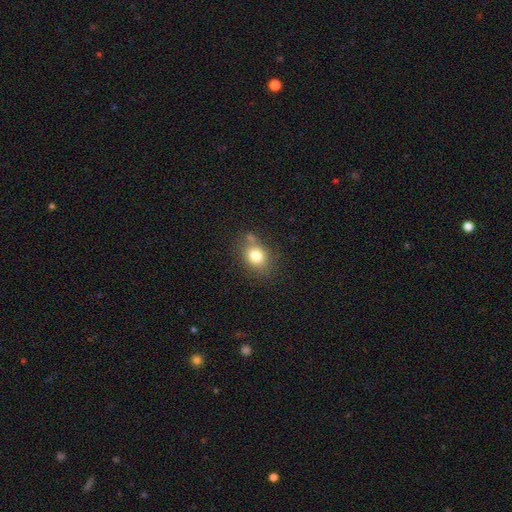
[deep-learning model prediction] A smooth galaxy with no disk features (79%) that is in between round and cigar-shaped (51%). Merging: none (64%).